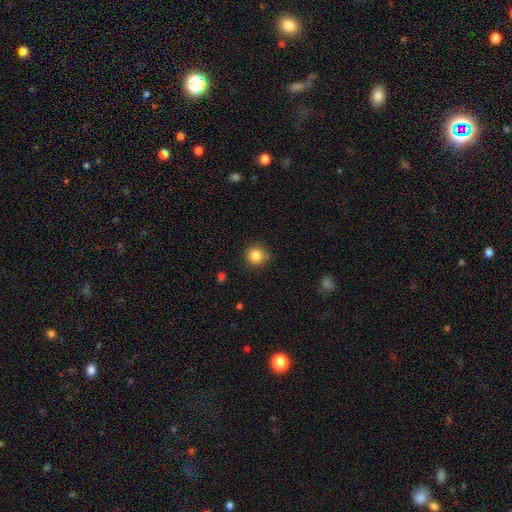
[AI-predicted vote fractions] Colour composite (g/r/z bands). It shows a smooth galaxy with no disk features (84%) that is round (92%). Merging: none (83%).